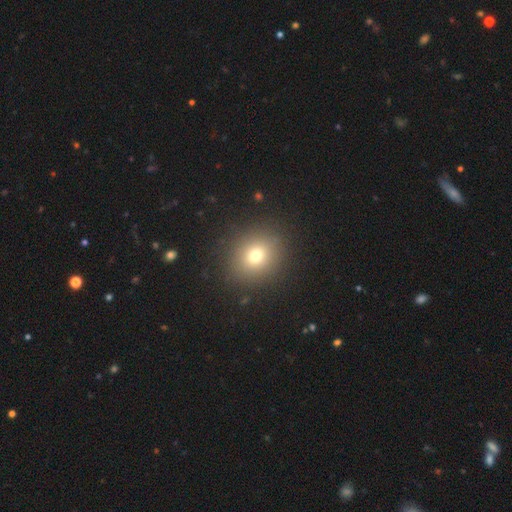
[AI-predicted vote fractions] Q: Smooth or featured?
A: smooth (73%); runner-up: star or artifact (16%)
Q: How rounded?
A: round (77%); runner-up: in between (22%)
Q: Merging?
A: none (89%); runner-up: minor disturbance (7%)